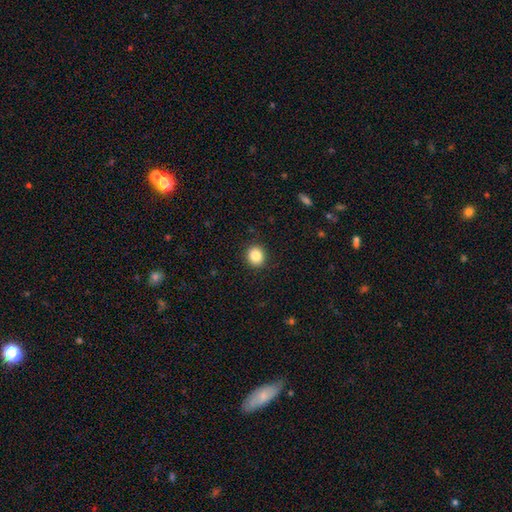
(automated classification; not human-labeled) This appears to be a smooth galaxy with no disk features (86%) that is round (83%). Merging: none (91%).